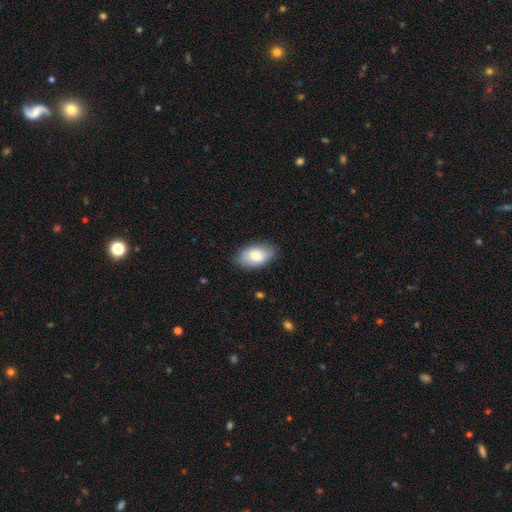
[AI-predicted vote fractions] This appears to be a smooth galaxy with no disk features (79%) that is in between round and cigar-shaped (92%). Merging: none (81%).